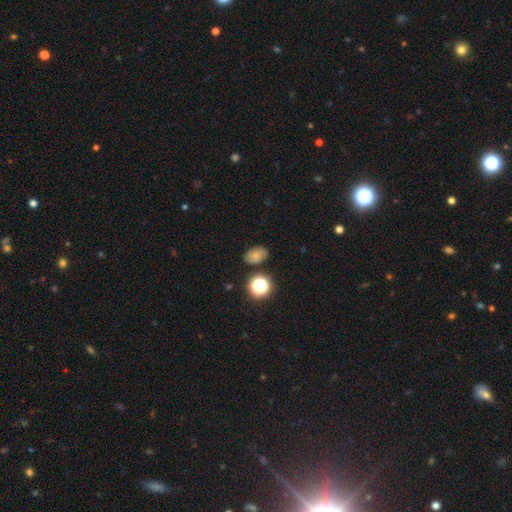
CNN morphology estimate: A smooth galaxy with no disk features (65%) that is in between round and cigar-shaped (75%). Merging: none (78%).